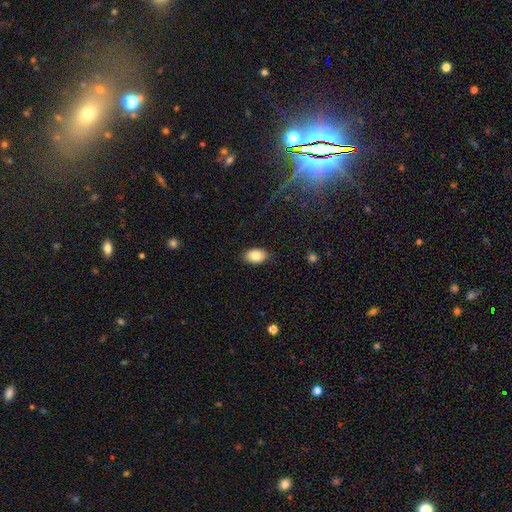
Q: Smooth or featured?
A: smooth (90%); runner-up: star or artifact (8%)
Q: How rounded?
A: in between (92%); runner-up: round (8%)
Q: Merging?
A: none (92%); runner-up: minor disturbance (5%)